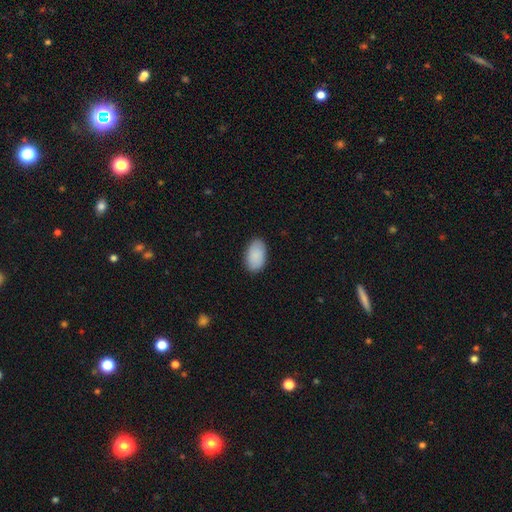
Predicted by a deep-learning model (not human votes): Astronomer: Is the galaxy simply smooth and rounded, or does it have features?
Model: smooth — 90%.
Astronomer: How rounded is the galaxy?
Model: in between — 95%.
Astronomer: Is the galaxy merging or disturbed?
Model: none — 87%.